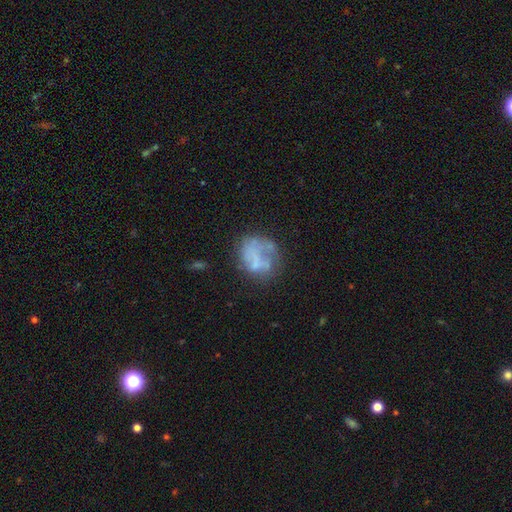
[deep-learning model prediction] A featured or disk galaxy (49%).

Vote fractions:
- Smooth or featured? featured or disk: 49% / smooth: 38% / star or artifact: 13%
- Merging? none: 46% / major disturbance: 24% / minor disturbance: 22% / merger: 8%